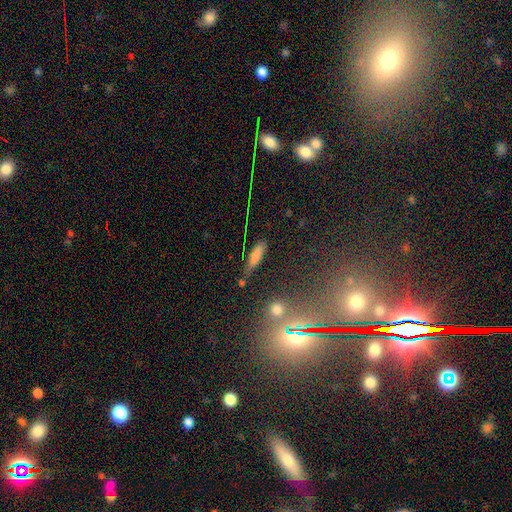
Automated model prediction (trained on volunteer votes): This is likely a smooth galaxy (73%). How rounded: likely cigar-shaped (60%). Merging: likely none (61%).